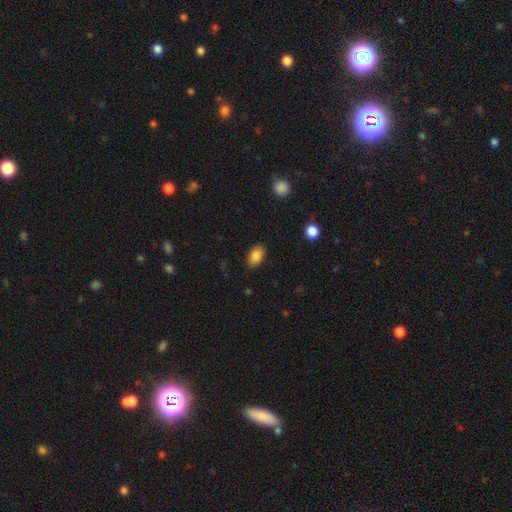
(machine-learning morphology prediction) Smooth or featured: smooth — 87% (star or artifact — 8%)
How rounded: in between — 91% (round — 7%)
Merging: none — 87% (minor disturbance — 10%)